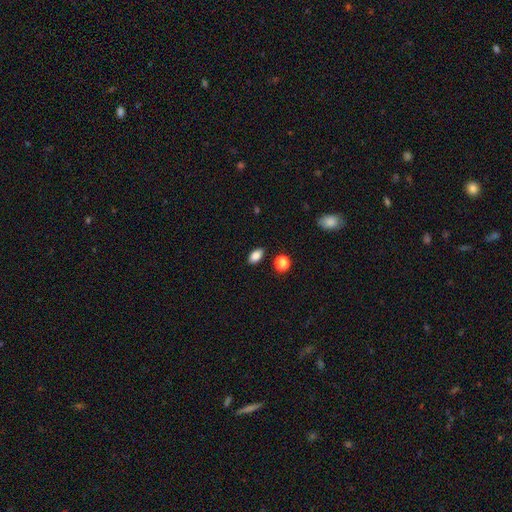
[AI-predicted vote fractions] A smooth galaxy with no disk features (85%) that is in between round and cigar-shaped (88%). Merging: none (86%).